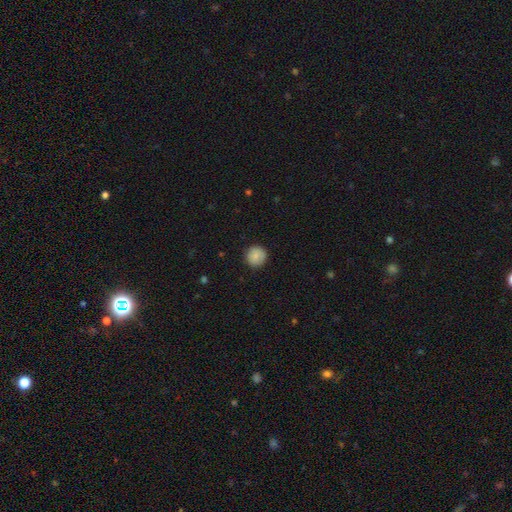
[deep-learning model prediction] Smooth or featured: smooth — 85% (featured or disk — 8%)
How rounded: round — 93% (in between — 6%)
Merging: none — 89% (minor disturbance — 8%)